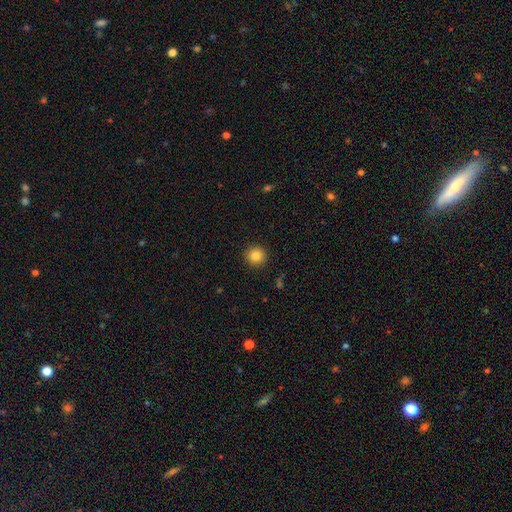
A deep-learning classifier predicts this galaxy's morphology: smooth-or-featured: smooth: 85% | star or artifact: 10% | featured or disk: 5%
  how-rounded: round: 94% | in between: 5% | cigar-shaped: 1%
  merging: none: 92% | minor disturbance: 5% | major disturbance: 2% | merger: 1%